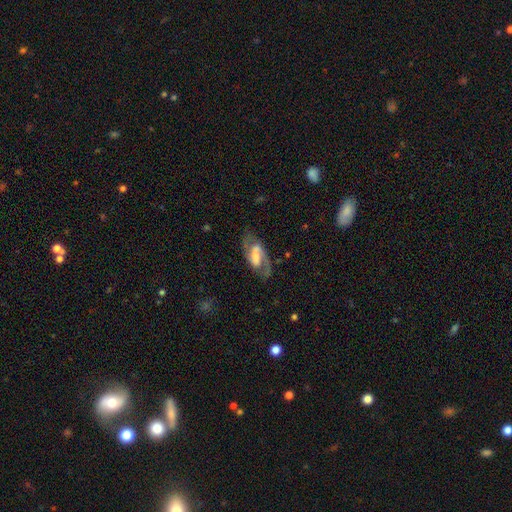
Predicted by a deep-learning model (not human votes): A featured or disk galaxy (83%) with a strong bar (44%), 2 (89%) medium (57%) spiral arms (94%) and a small central bulge (37%, tied with moderate). Merging: none (77%).